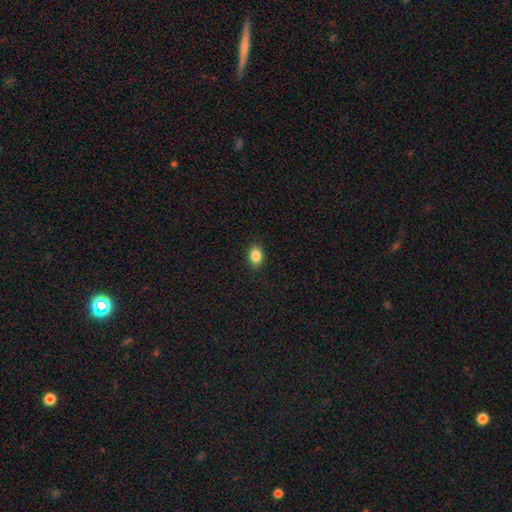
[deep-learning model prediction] Smooth or featured? Predicted: smooth (p=0.86). How rounded? Predicted: in between (p=0.71). Merging? Predicted: none (p=0.90).